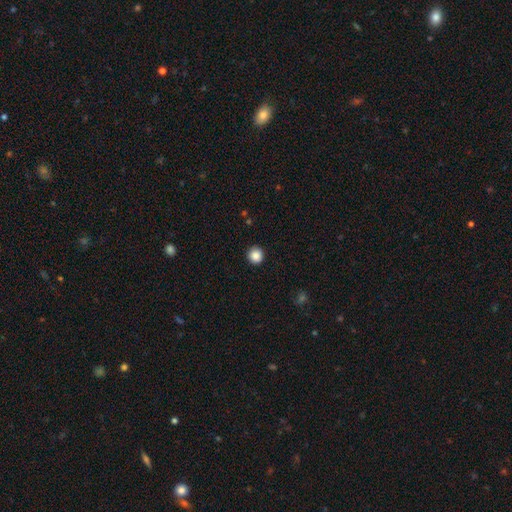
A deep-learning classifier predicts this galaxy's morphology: A smooth galaxy with no disk features (87%) that is round (92%). Merging: none (90%).